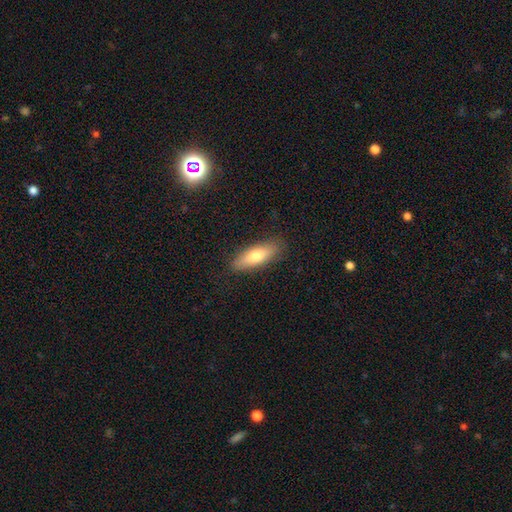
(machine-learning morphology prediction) Smooth or featured?
  - smooth: 71% *
  - featured or disk: 23%
  - star or artifact: 6%
How rounded?
  - in between: 54% *
  - cigar-shaped: 43%
  - round: 2%
Merging?
  - none: 87% *
  - minor disturbance: 9%
  - major disturbance: 2%
  - merger: 1%